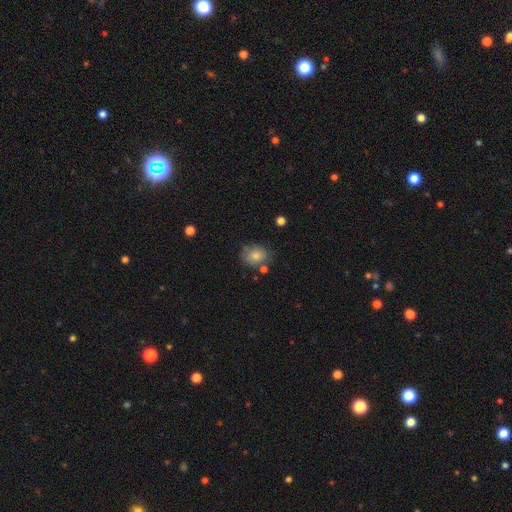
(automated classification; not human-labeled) A smooth galaxy with no disk features (80%) that is in between round and cigar-shaped (52%).

Vote fractions:
- Smooth or featured? smooth: 80% / featured or disk: 11% / star or artifact: 9%
- How rounded? in between: 52% / round: 47% / cigar-shaped: 1%
- Merging? none: 70% / minor disturbance: 18% / merger: 7% / major disturbance: 5%